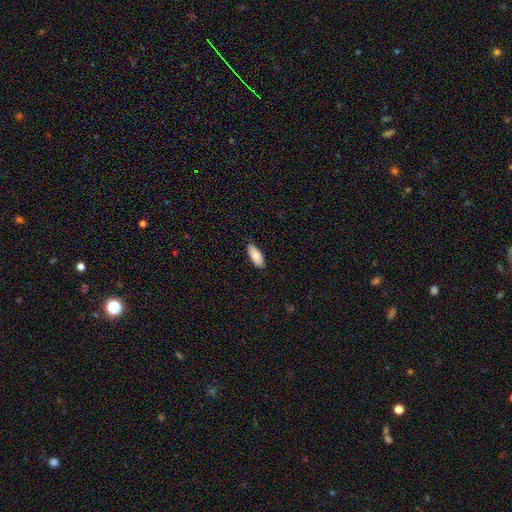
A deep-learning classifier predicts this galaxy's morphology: Smooth or featured?
  - smooth: 83% *
  - featured or disk: 11%
  - star or artifact: 6%
How rounded?
  - in between: 84% *
  - cigar-shaped: 14%
  - round: 2%
Merging?
  - none: 83% *
  - minor disturbance: 14%
  - major disturbance: 2%
  - merger: 1%